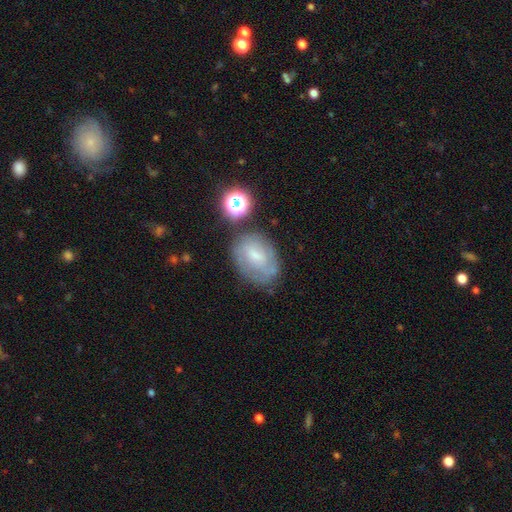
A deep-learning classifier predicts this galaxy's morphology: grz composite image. It shows a featured or disk galaxy (49%). Merging: none (58%).